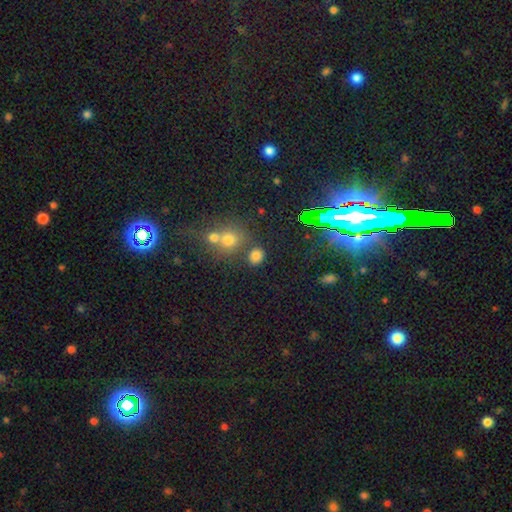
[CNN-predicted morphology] Smooth or featured? smooth (73%)
How rounded? round (63%)
Merging? none (69%)